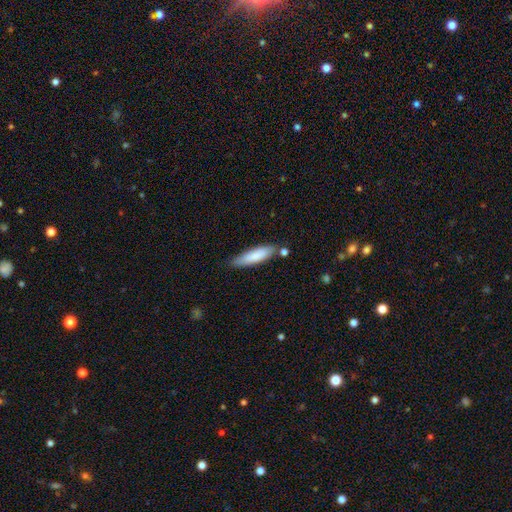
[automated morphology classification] Smooth or featured?
  - smooth: 78% *
  - featured or disk: 16%
  - star or artifact: 6%
How rounded?
  - cigar-shaped: 70% *
  - in between: 29%
  - round: 1%
Merging?
  - none: 71% *
  - minor disturbance: 17%
  - merger: 8%
  - major disturbance: 3%